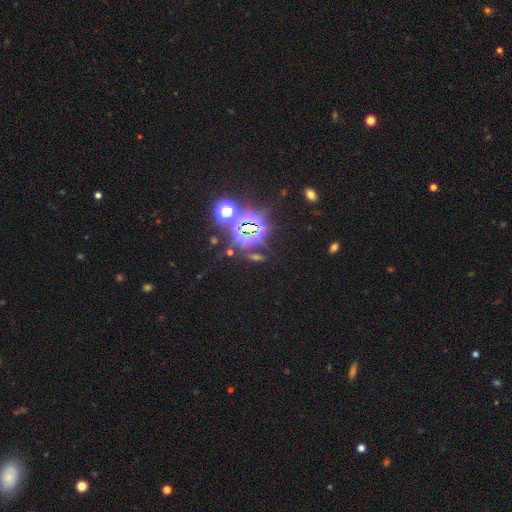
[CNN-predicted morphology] Smooth or featured? Predicted: star or artifact (p=0.81).